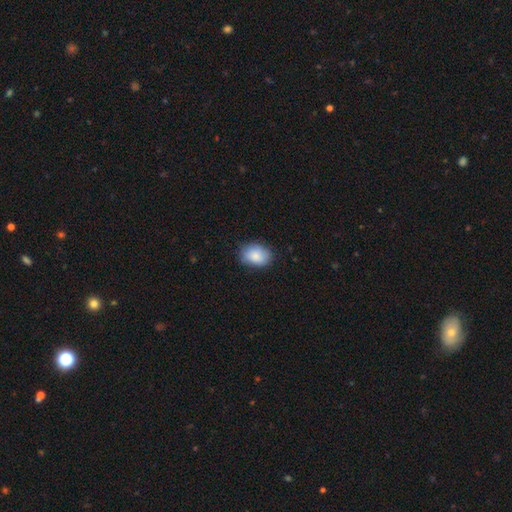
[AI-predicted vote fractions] smooth_or_featured: smooth (p=0.86) [alt: featured or disk p=0.08]
how_rounded: in between (p=0.73) [alt: round p=0.26]
merging: none (p=0.79) [alt: minor disturbance p=0.17]